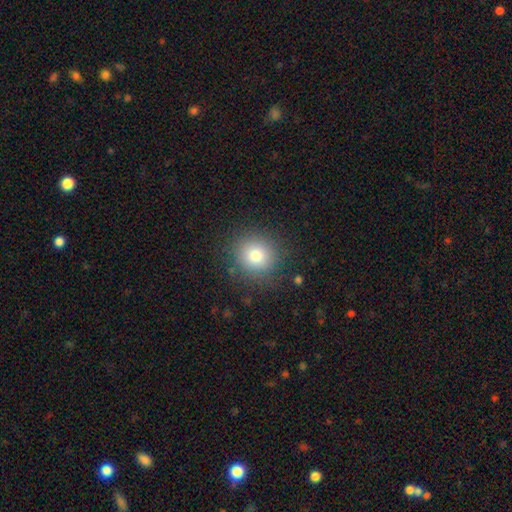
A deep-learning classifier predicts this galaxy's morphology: Overall: smooth (79%). How rounded: round (91%). Merging: none (86%).